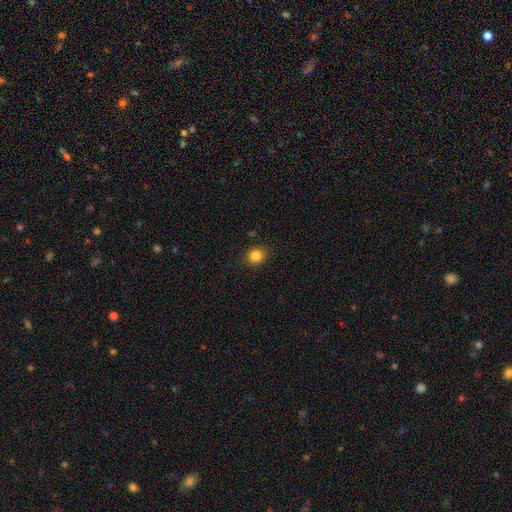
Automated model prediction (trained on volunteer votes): Smooth or featured?
  - smooth: 84% *
  - star or artifact: 11%
  - featured or disk: 5%
How rounded?
  - round: 73% *
  - in between: 26%
  - cigar-shaped: 1%
Merging?
  - none: 89% *
  - minor disturbance: 8%
  - major disturbance: 2%
  - merger: 1%